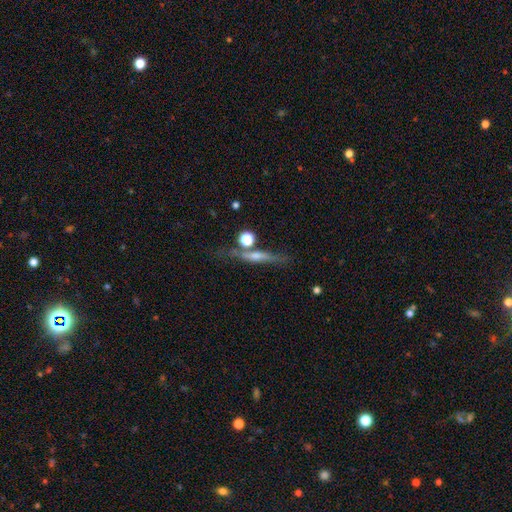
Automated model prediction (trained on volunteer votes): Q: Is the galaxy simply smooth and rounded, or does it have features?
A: featured or disk — 58%.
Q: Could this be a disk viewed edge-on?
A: yes — 90%.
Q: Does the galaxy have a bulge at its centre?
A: rounded — 68%.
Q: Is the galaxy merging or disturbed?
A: none — 67%.